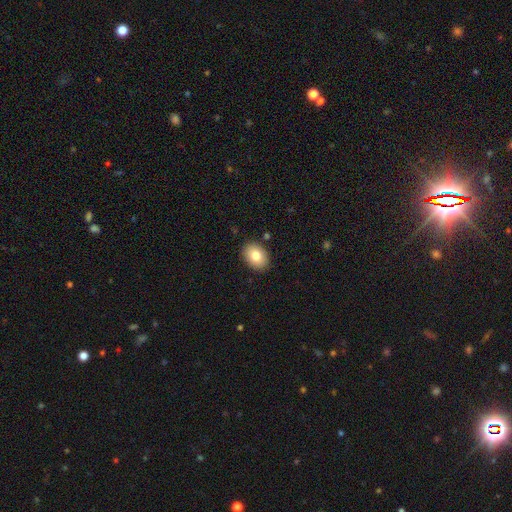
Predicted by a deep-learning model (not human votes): Smooth or featured?
  - smooth: 80% *
  - featured or disk: 12%
  - star or artifact: 8%
How rounded?
  - in between: 74% *
  - round: 25%
  - cigar-shaped: 1%
Merging?
  - none: 88% *
  - minor disturbance: 8%
  - major disturbance: 2%
  - merger: 2%